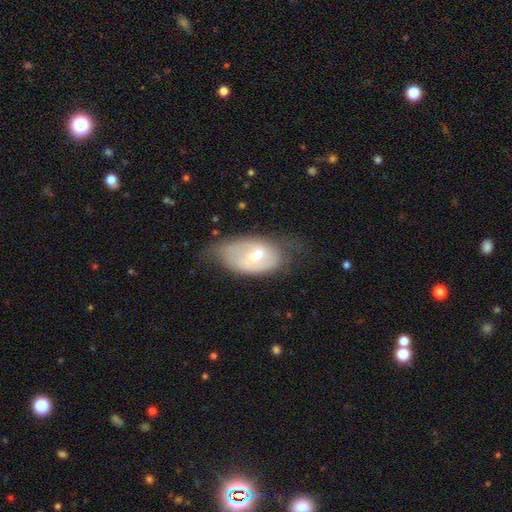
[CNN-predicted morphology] Q: Smooth or featured?
A: featured or disk (59%); runner-up: smooth (33%)
Q: Edge-on disk?
A: no (92%); runner-up: yes (8%)
Q: Bar?
A: weak (42%); runner-up: no (41%)
Q: Spiral arms?
A: yes (54%); runner-up: no (46%)
Q: Bulge size?
A: small (52%); runner-up: moderate (43%)
Q: Merging?
A: none (45%); runner-up: minor disturbance (28%)